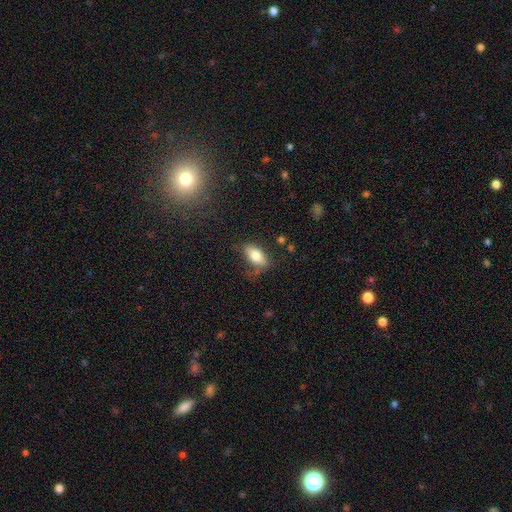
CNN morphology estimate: Smooth or featured? Predicted: smooth (p=0.78). How rounded? Predicted: in between (p=0.88). Merging? Predicted: none (p=0.69).